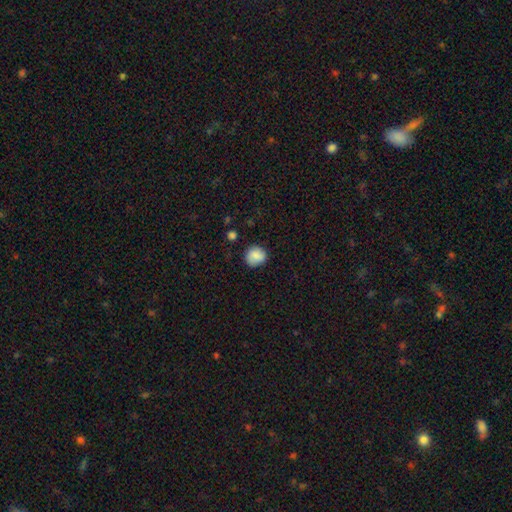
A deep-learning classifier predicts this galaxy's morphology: The model was most divided on "merging": none: 80%, minor disturbance: 15%, major disturbance: 3%, merger: 2%. More confident: smooth or featured — smooth (85%); how rounded — round (83%).